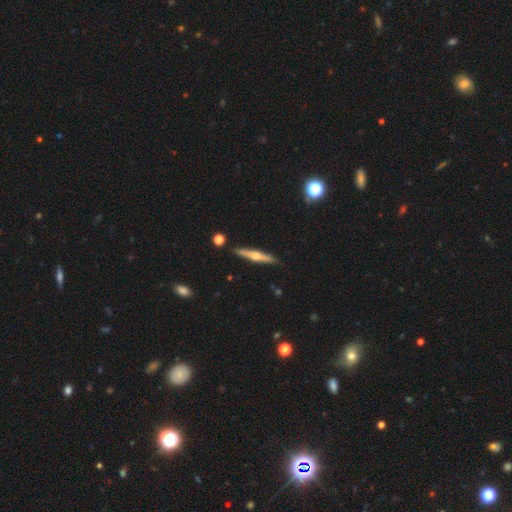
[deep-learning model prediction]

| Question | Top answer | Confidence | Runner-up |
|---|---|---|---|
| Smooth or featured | featured or disk | 64% | smooth (30%) |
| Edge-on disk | yes | 97% | no (3%) |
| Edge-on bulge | rounded | 90% | boxy (5%) |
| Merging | none | 89% | minor disturbance (7%) |